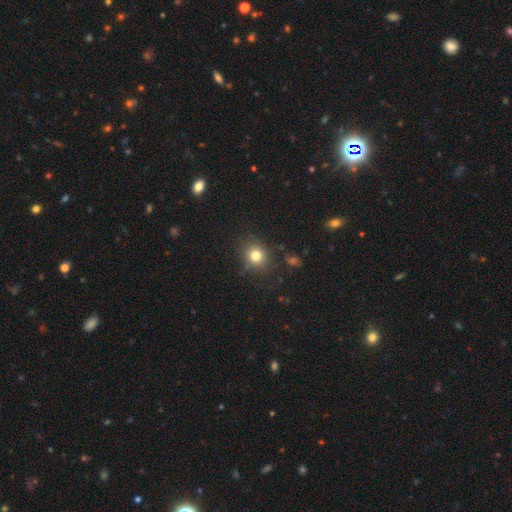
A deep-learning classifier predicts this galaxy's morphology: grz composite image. It shows a smooth galaxy with no disk features (80%) that is round (74%). Merging: none (83%).